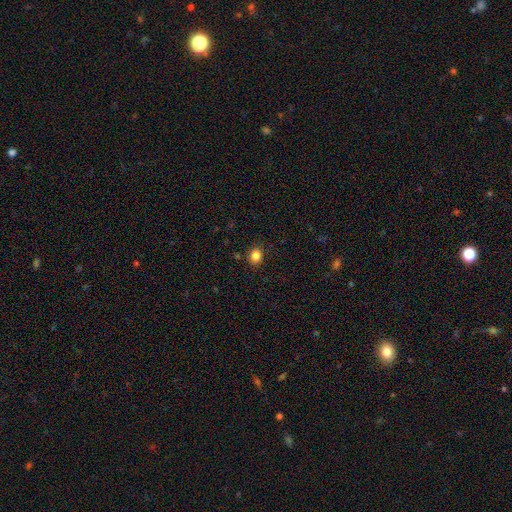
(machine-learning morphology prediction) A smooth galaxy with no disk features (85%) that is round (55%). Merging: none (87%).